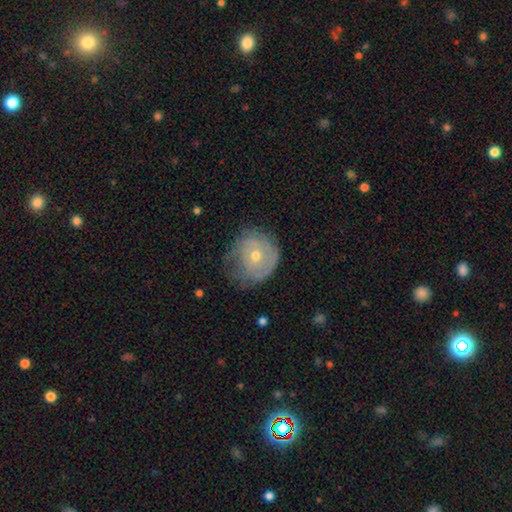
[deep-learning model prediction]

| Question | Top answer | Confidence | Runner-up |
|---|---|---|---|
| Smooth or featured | featured or disk | 58% | smooth (34%) |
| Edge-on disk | no | 96% | yes (4%) |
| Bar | no | 82% | weak (15%) |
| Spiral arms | yes | 64% | no (36%) |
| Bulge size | moderate | 56% | small (41%) |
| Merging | none | 56% | minor disturbance (29%) |